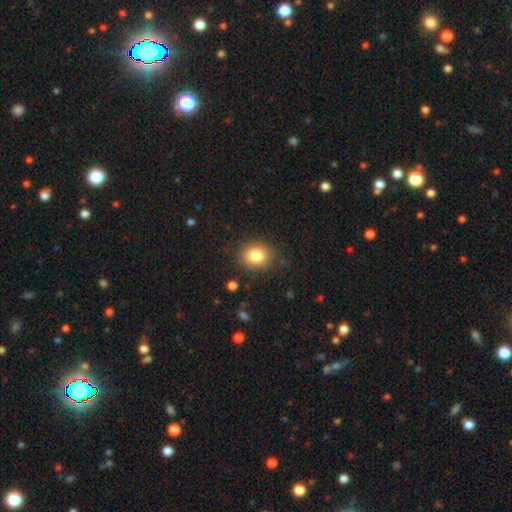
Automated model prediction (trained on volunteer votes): This is clearly a smooth galaxy (82%). How rounded: likely round (68%). Merging: clearly none (86%).